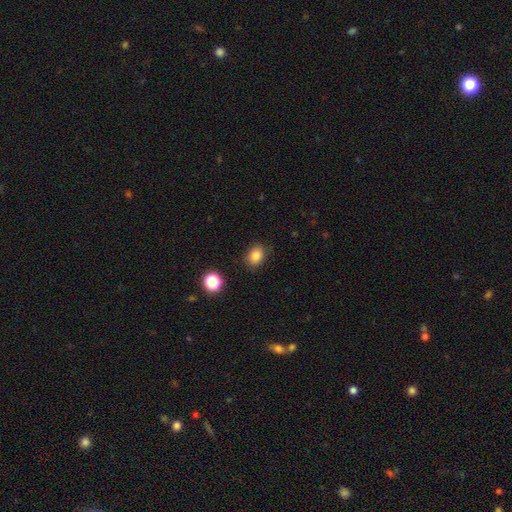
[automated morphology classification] Smooth or featured?
  - smooth: 82% *
  - star or artifact: 12%
  - featured or disk: 6%
How rounded?
  - in between: 59% *
  - round: 40%
  - cigar-shaped: 1%
Merging?
  - none: 83% *
  - minor disturbance: 12%
  - major disturbance: 3%
  - merger: 2%